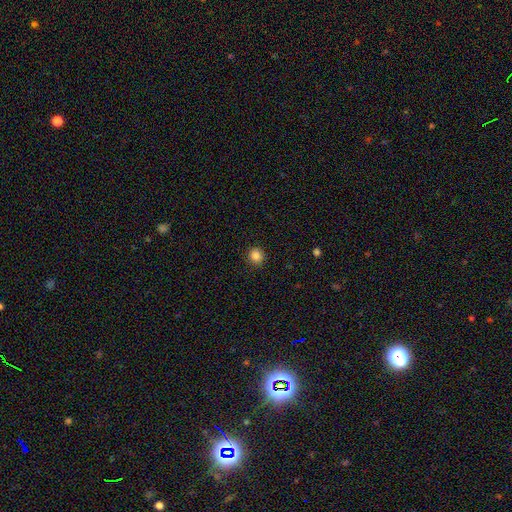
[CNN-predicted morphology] This is clearly a smooth galaxy (85%). How rounded: clearly round (91%). Merging: clearly none (92%).